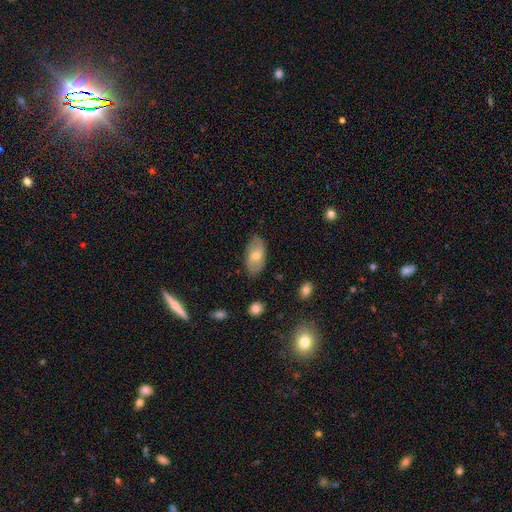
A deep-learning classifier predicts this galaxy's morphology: A smooth galaxy with no disk features (55%) that is in between round and cigar-shaped (92%).

Vote fractions:
- Smooth or featured? smooth: 55% / featured or disk: 37% / star or artifact: 8%
- How rounded? in between: 92% / cigar-shaped: 4% / round: 4%
- Merging? none: 80% / minor disturbance: 16% / major disturbance: 3% / merger: 1%